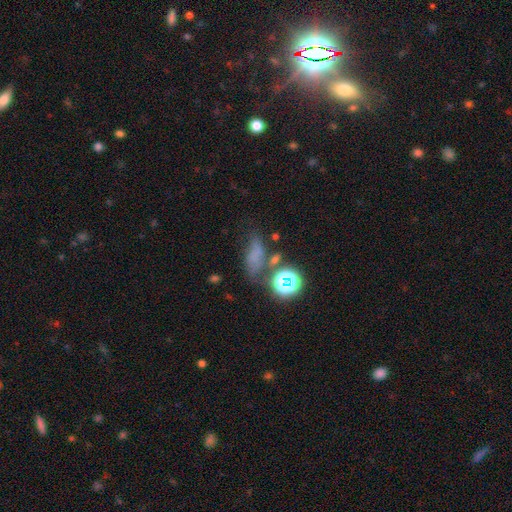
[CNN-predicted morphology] This appears to be a smooth galaxy with no disk features (56%) that is in between round and cigar-shaped (66%). Merging: none (47%).